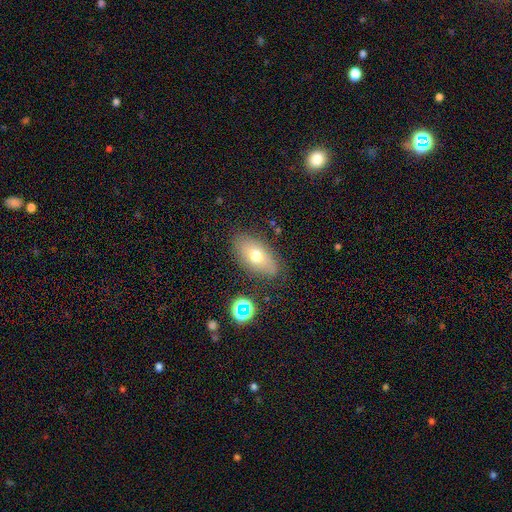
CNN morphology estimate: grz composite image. It shows a smooth galaxy with no disk features (66%) that is in between round and cigar-shaped (89%). Merging: none (82%).